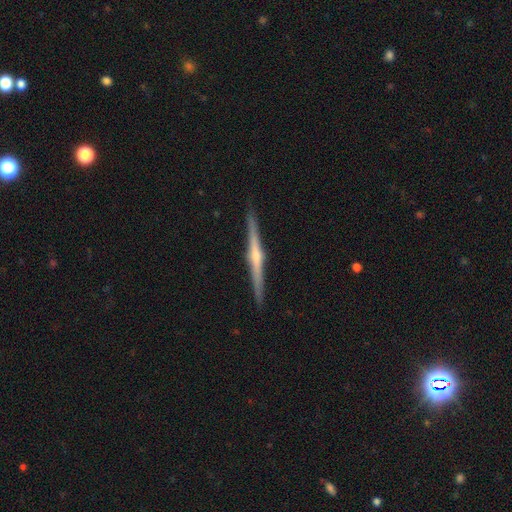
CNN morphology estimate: A featured or disk galaxy (80%) viewed edge-on (98%) with a rounded central bulge (81%).

Vote fractions:
- Smooth or featured? featured or disk: 80% / smooth: 15% / star or artifact: 5%
- Edge-on disk? yes: 98% / no: 2%
- Edge-on bulge? rounded: 81% / none: 12% / boxy: 7%
- Merging? none: 92% / minor disturbance: 6% / major disturbance: 1% / merger: 1%